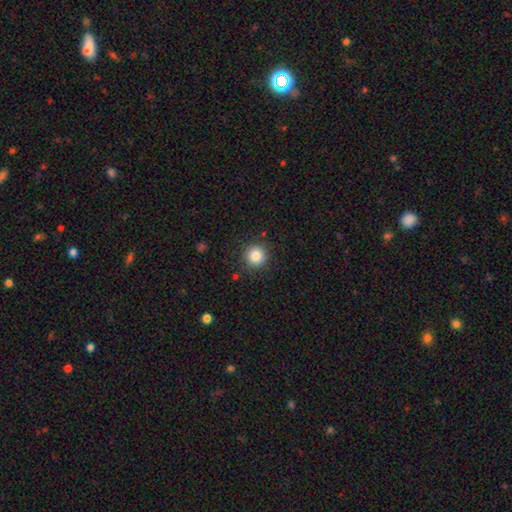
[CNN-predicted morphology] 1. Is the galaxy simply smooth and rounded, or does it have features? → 85% smooth, 10% star or artifact, 5% featured or disk.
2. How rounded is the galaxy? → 94% round, 5% in between, 1% cigar-shaped.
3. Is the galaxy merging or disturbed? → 89% none, 7% minor disturbance, 3% major disturbance, 1% merger.